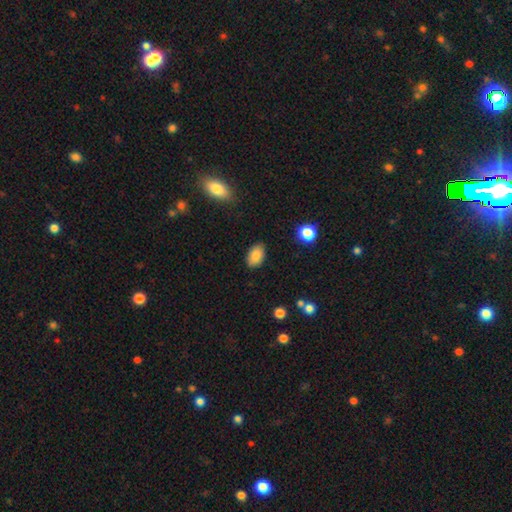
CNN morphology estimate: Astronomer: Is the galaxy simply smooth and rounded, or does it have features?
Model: smooth — 86%.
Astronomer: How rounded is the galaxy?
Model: in between — 91%.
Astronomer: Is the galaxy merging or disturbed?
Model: none — 86%.